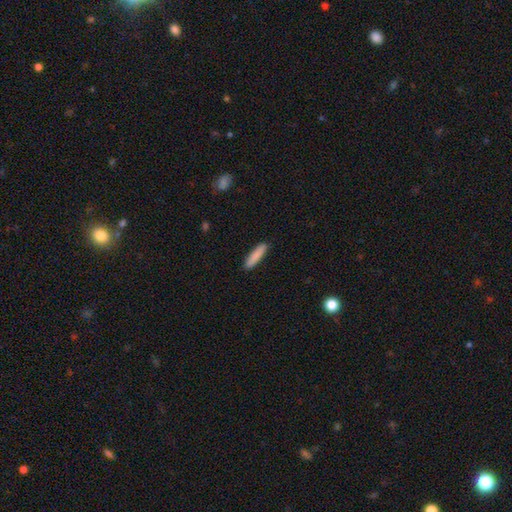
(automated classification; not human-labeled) This appears to be a smooth galaxy with no disk features (87%) that is cigar-shaped (83%). Merging: none (91%).